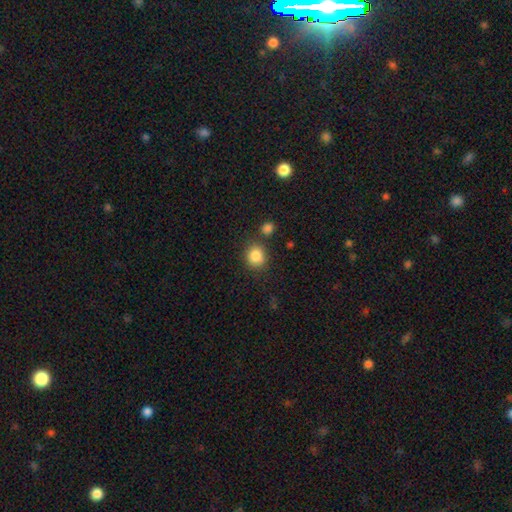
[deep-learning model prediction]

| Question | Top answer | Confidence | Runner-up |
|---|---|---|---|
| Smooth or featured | smooth | 86% | star or artifact (10%) |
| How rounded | round | 79% | in between (20%) |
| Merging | none | 76% | minor disturbance (11%) |